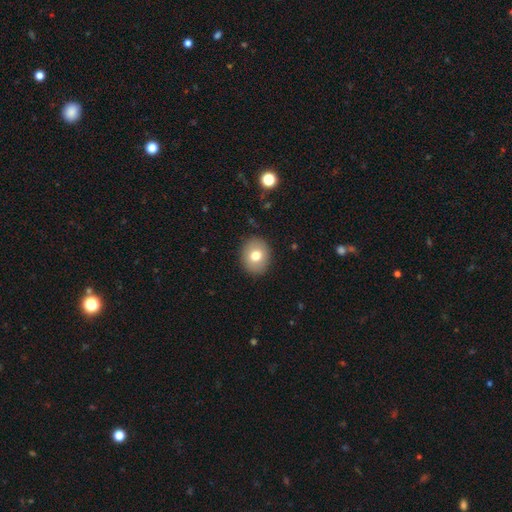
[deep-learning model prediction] The model was most divided on "how rounded": round: 56%, in between: 43%, cigar-shaped: 1%. More confident: merging — none (89%); smooth or featured — smooth (75%).